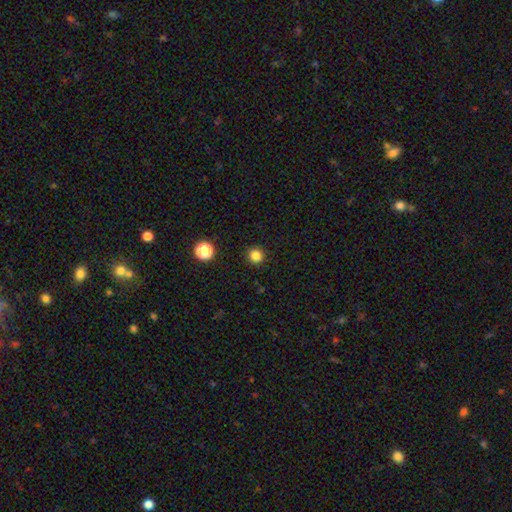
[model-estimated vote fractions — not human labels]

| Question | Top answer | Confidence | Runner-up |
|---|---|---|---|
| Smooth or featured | smooth | 83% | star or artifact (13%) |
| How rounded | round | 92% | in between (7%) |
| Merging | none | 92% | minor disturbance (5%) |